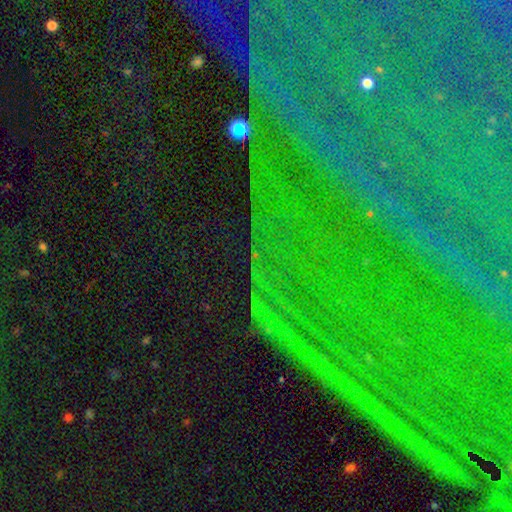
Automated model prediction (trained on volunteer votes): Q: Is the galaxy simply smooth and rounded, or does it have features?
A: star or artifact — 82%.